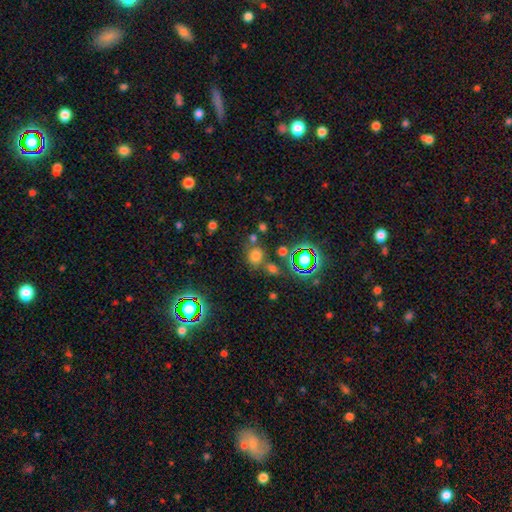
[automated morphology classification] This is likely a smooth galaxy (65%). How rounded: likely round (71%). Merging: likely none (62%).